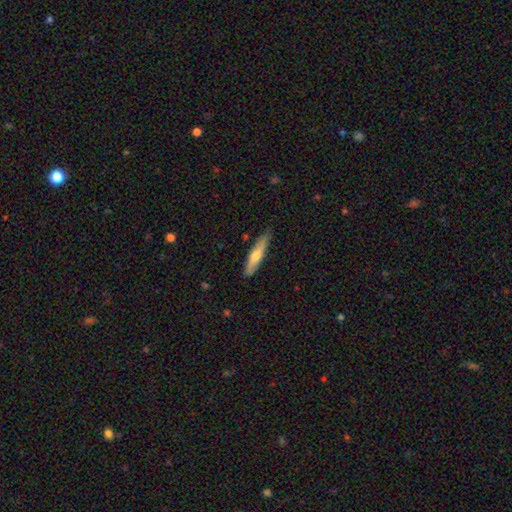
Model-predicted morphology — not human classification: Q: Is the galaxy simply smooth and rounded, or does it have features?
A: smooth — 57%.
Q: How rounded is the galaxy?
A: cigar-shaped — 86%.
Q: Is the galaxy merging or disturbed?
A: none — 84%.